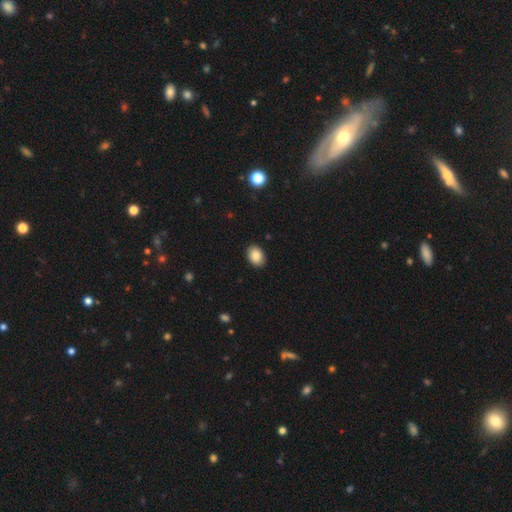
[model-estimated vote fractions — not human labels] Overall: smooth (86%). How rounded: in between (75%). Merging: none (90%).